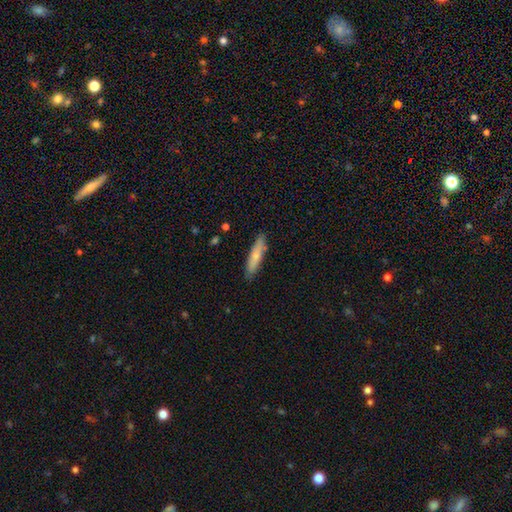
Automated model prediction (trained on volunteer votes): Smooth or featured: smooth — 70% (featured or disk — 24%)
How rounded: cigar-shaped — 81% (in between — 18%)
Merging: none — 85% (minor disturbance — 11%)